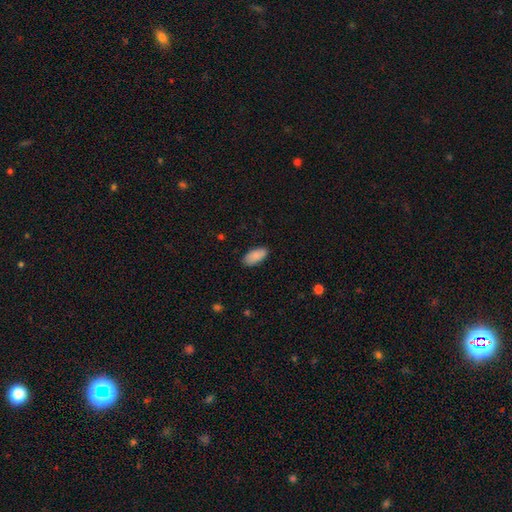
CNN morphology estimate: The model was most divided on "merging": none: 86%, minor disturbance: 11%, major disturbance: 2%, merger: 1%. More confident: how rounded — in between (92%); smooth or featured — smooth (89%).